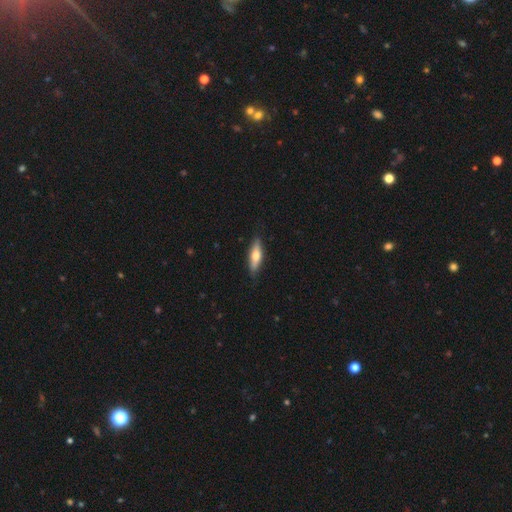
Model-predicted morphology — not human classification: Overall: smooth (62%; featured or disk 33%). How rounded: cigar-shaped (52%; in between 46%). Merging: none (83%).